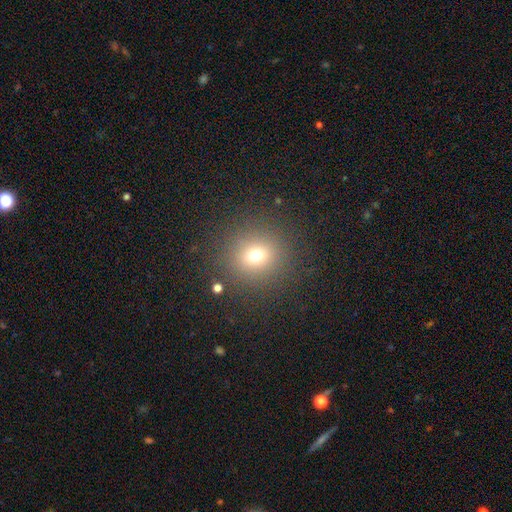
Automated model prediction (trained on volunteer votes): A smooth galaxy with no disk features (70%) that is round (90%). Merging: none (87%).